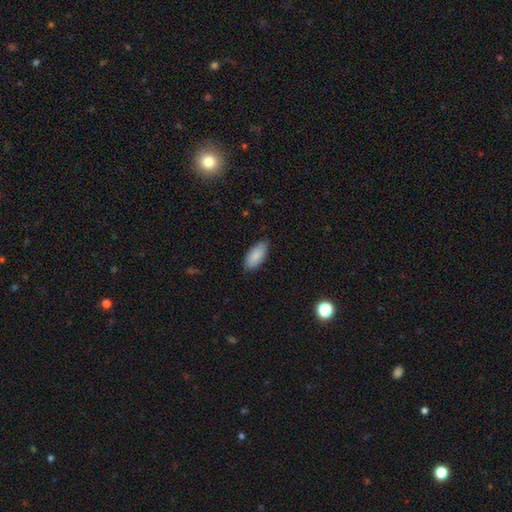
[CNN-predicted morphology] Smooth or featured: smooth — 86% (featured or disk — 8%)
How rounded: in between — 89% (cigar-shaped — 9%)
Merging: none — 81% (minor disturbance — 15%)